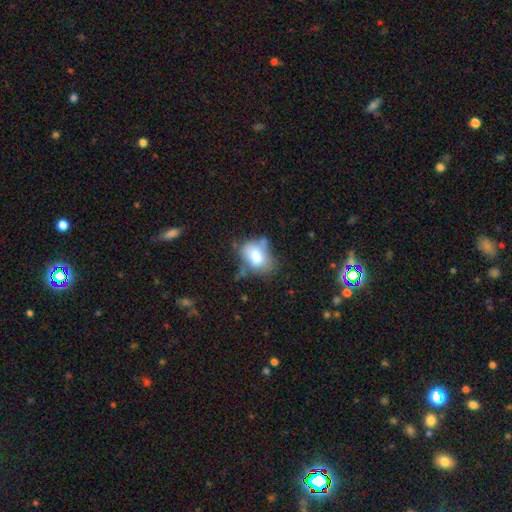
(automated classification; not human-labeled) Overall: smooth (73%). How rounded: in between (77%). Merging: none (38%; minor disturbance 30%).